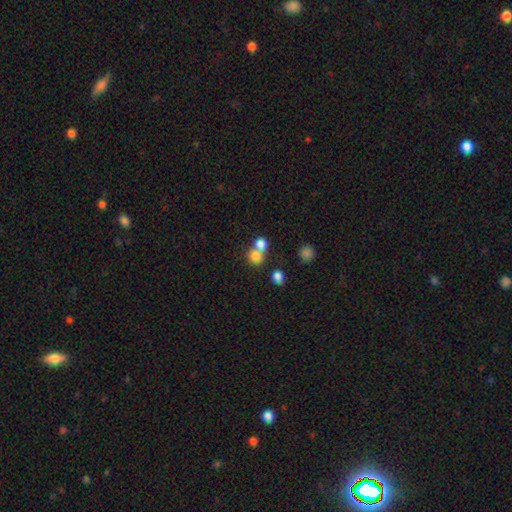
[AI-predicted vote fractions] smooth_or_featured: smooth (p=0.78) [alt: star or artifact p=0.13]
how_rounded: round (p=0.85) [alt: in between p=0.14]
merging: merger (p=0.48) [alt: none p=0.44]